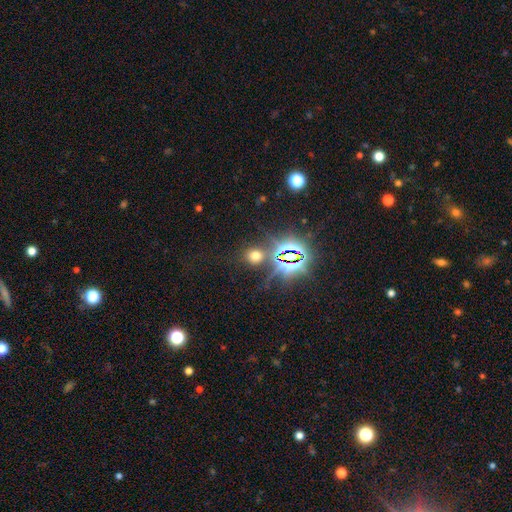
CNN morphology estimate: A smooth galaxy with no disk features (52%) that is round (77%). Merging: none (80%).